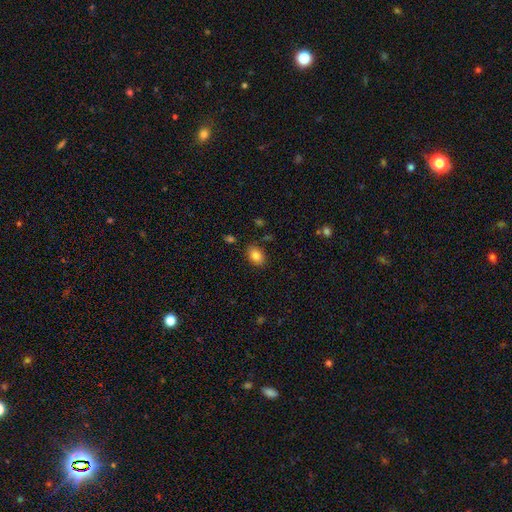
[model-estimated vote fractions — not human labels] Morphology: type=smooth (84%); roundness=in between (79%); merging=none (85%).